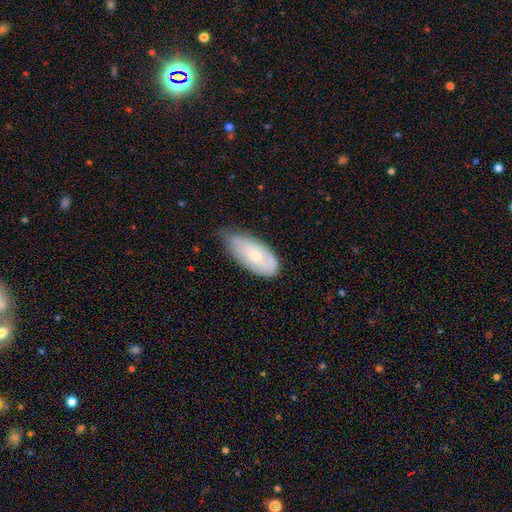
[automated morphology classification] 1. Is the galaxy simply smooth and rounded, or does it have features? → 65% smooth, 28% featured or disk, 7% star or artifact.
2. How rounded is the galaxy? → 89% in between, 9% cigar-shaped, 3% round.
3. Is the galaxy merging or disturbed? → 46% none, 44% minor disturbance, 8% major disturbance, 2% merger.